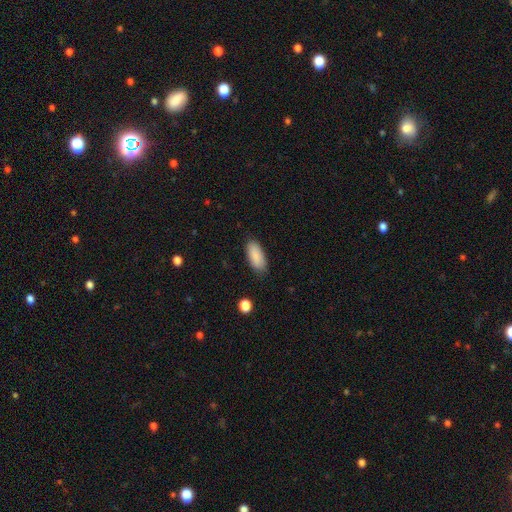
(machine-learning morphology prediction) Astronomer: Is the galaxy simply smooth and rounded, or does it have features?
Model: smooth — 89%.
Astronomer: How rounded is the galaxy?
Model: in between — 84%.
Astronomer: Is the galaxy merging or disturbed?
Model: none — 84%.